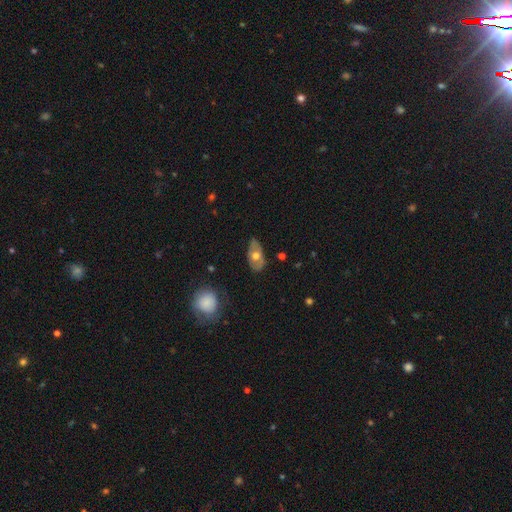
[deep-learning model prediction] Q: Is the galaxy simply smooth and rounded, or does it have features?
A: smooth — 47%.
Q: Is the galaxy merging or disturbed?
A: none — 73%.